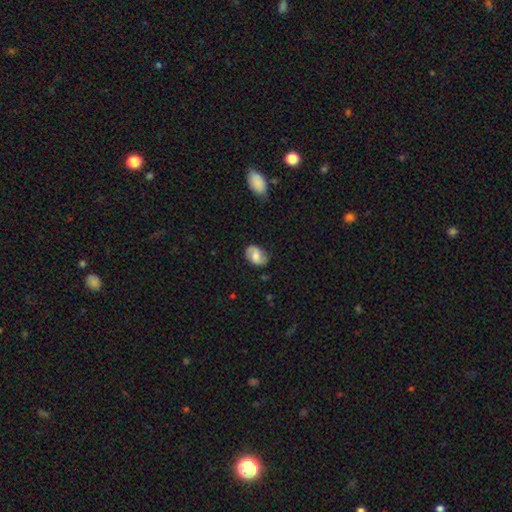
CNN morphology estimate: A smooth galaxy with no disk features (51%) that is in between round and cigar-shaped (80%).

Vote fractions:
- Smooth or featured? smooth: 51% / featured or disk: 41% / star or artifact: 8%
- How rounded? in between: 80% / round: 18% / cigar-shaped: 1%
- Merging? none: 73% / minor disturbance: 21% / major disturbance: 5% / merger: 2%